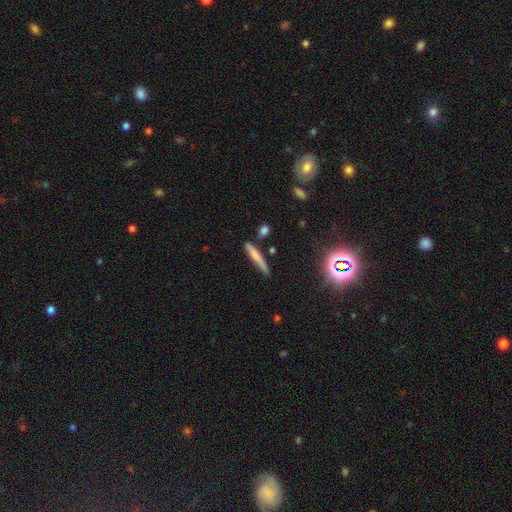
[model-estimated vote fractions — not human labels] Smooth or featured: smooth — 67% (featured or disk — 25%)
How rounded: cigar-shaped — 93% (in between — 5%)
Merging: none — 71% (minor disturbance — 18%)